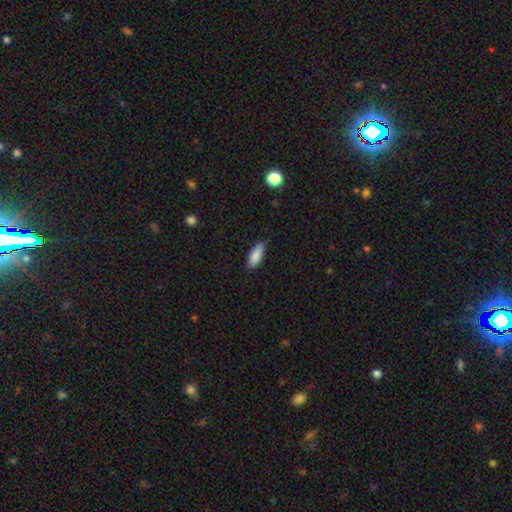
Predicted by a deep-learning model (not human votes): Morphology: type=smooth (87%); roundness=in between (71%); merging=none (68%).